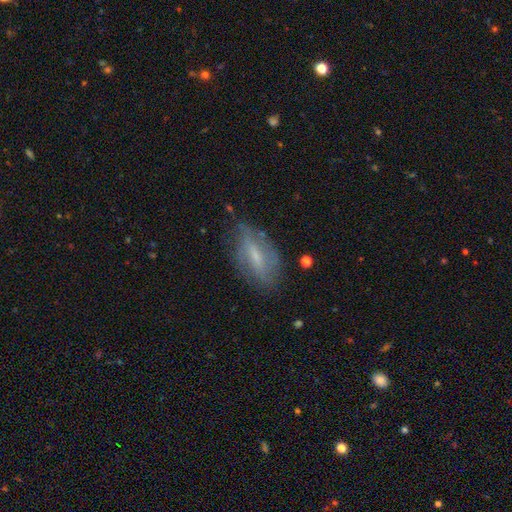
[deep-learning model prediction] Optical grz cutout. It shows a featured or disk galaxy (53%). Merging: none (69%).